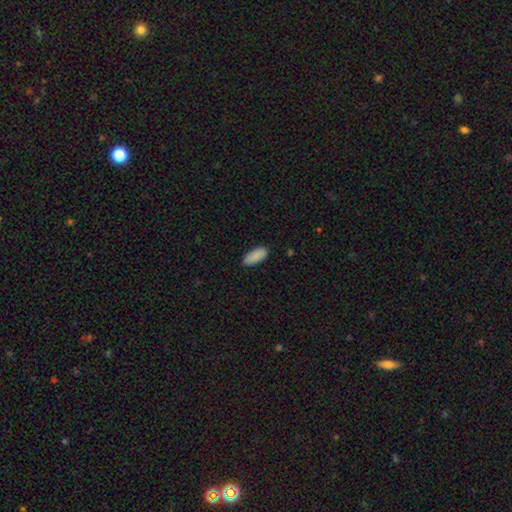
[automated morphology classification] This is clearly a smooth galaxy (89%). How rounded: clearly in between (86%). Merging: clearly none (86%).